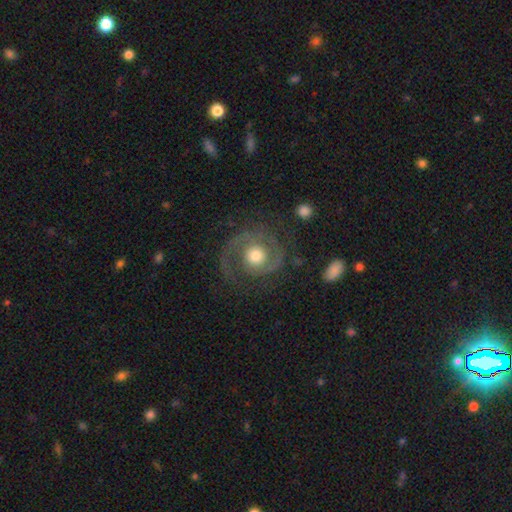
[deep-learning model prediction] Morphology: type=featured or disk (83%); edge-on=no (98%); bar=no (78%); spiral arms=yes (94%); winding=medium (45%); arm count=2 (74%); bulge=moderate (65%); merging=none (68%).